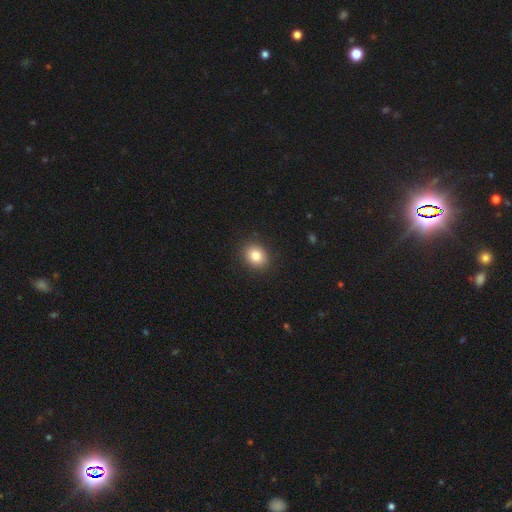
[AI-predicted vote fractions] Overall: smooth (84%). How rounded: round (58%; in between 42%). Merging: none (89%).